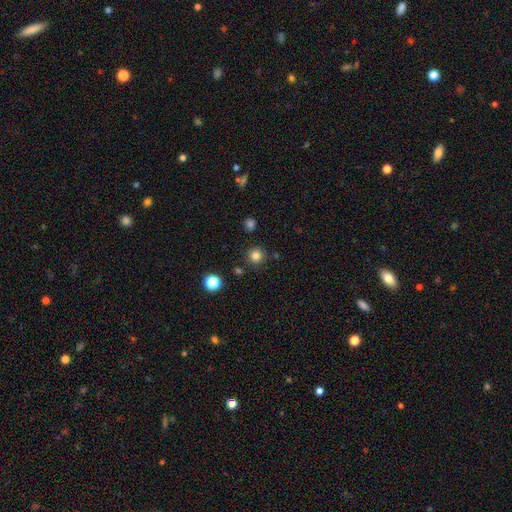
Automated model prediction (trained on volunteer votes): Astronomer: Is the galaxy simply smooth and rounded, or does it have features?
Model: smooth — 81%.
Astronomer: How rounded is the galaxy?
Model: round — 95%.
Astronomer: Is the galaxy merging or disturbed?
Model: none — 88%.